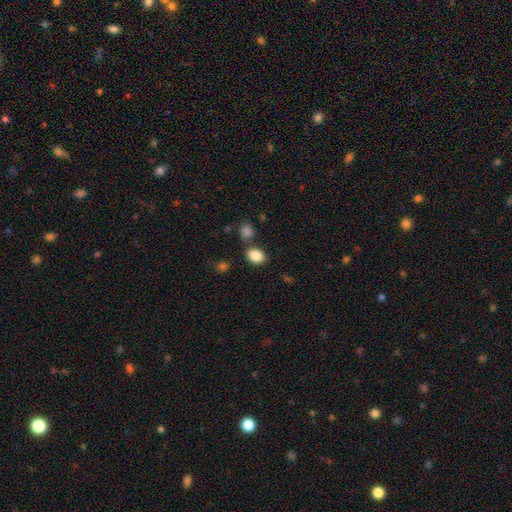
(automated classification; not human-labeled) Smooth or featured: smooth — 86% (star or artifact — 9%)
How rounded: in between — 62% (round — 37%)
Merging: none — 75% (minor disturbance — 11%)